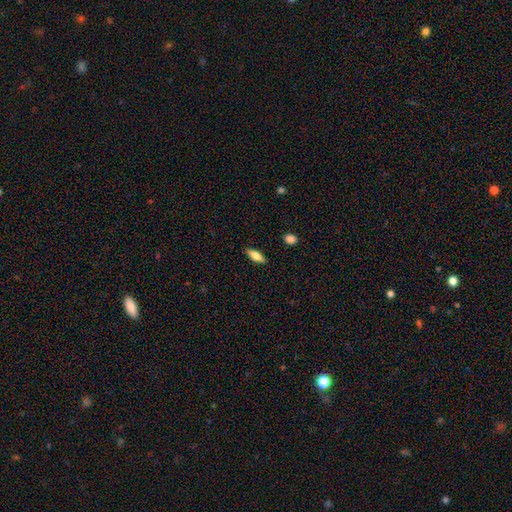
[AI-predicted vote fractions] Overall: smooth (71%). How rounded: in between (68%; cigar-shaped 29%). Merging: none (88%).